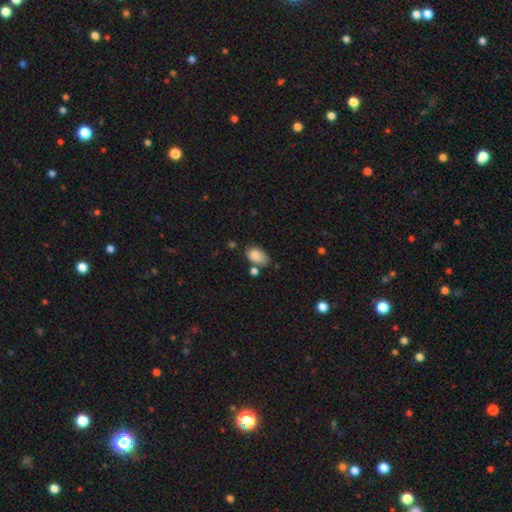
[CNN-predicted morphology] type=smooth (85%); roundness=in between (90%); merging=none (53%).